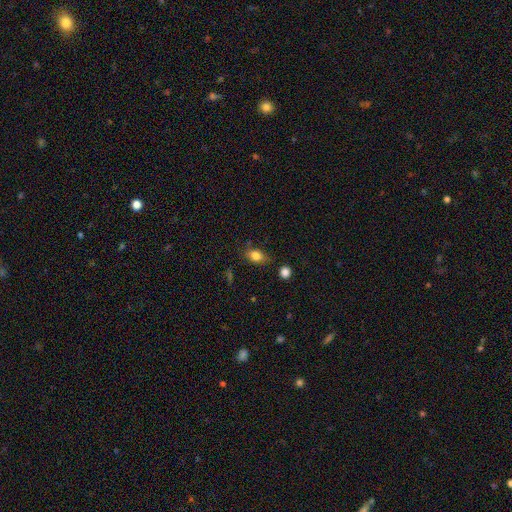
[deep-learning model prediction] This is clearly a smooth galaxy (82%). How rounded: likely in between (74%). Merging: likely none (73%).